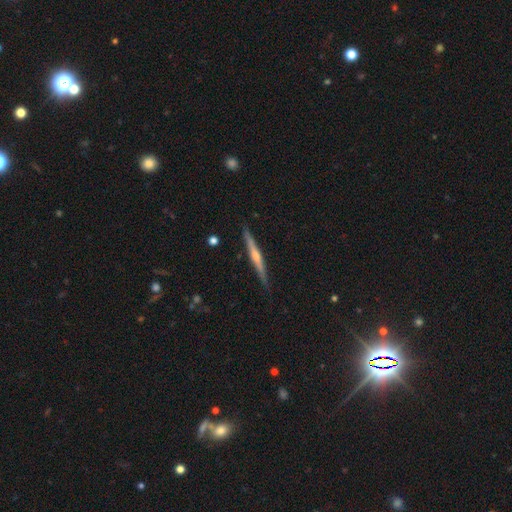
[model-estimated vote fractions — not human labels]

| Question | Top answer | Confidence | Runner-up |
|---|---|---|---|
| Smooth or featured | featured or disk | 71% | smooth (24%) |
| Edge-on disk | yes | 98% | no (2%) |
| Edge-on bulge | rounded | 72% | none (22%) |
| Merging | none | 89% | minor disturbance (8%) |